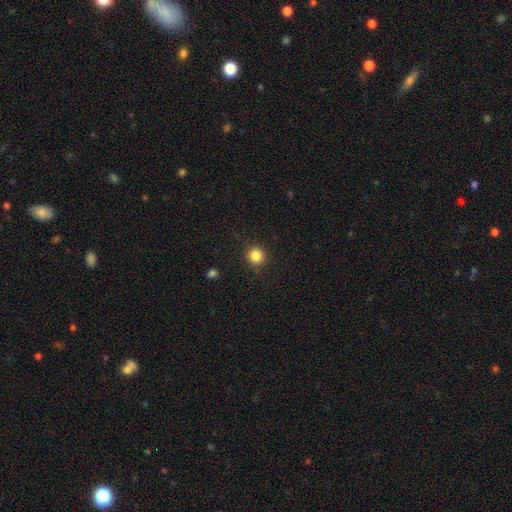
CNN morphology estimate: A smooth galaxy with no disk features (84%) that is round (93%). Merging: none (91%).